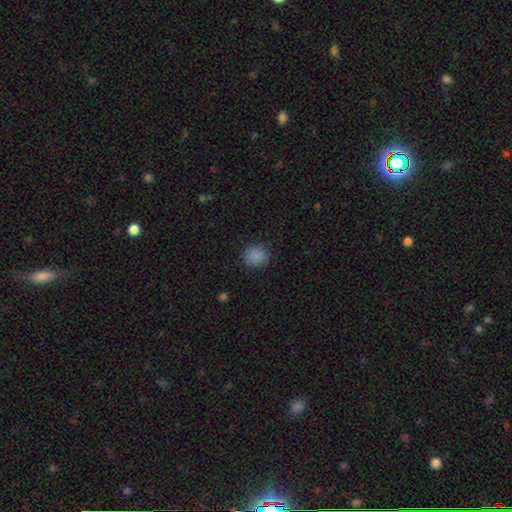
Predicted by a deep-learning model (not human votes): A smooth galaxy with no disk features (85%) that is round (79%).

Vote fractions:
- Smooth or featured? smooth: 85% / star or artifact: 11% / featured or disk: 3%
- How rounded? round: 79% / in between: 20% / cigar-shaped: 1%
- Merging? none: 86% / minor disturbance: 10% / major disturbance: 3% / merger: 1%